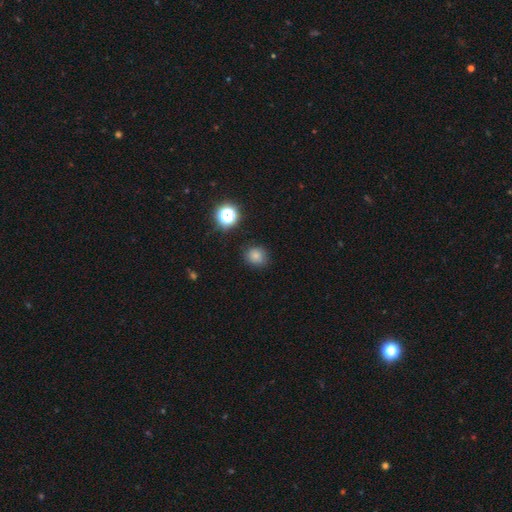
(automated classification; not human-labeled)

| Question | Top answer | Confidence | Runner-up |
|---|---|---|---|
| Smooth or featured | smooth | 77% | star or artifact (16%) |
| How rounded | round | 79% | in between (21%) |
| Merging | none | 82% | minor disturbance (13%) |